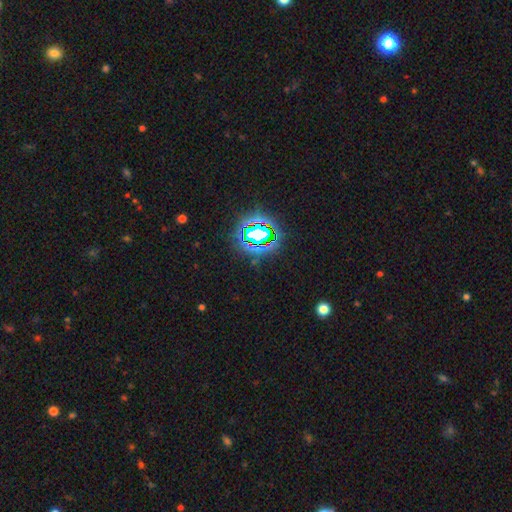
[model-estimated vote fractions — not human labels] Smooth or featured? star or artifact (79%)